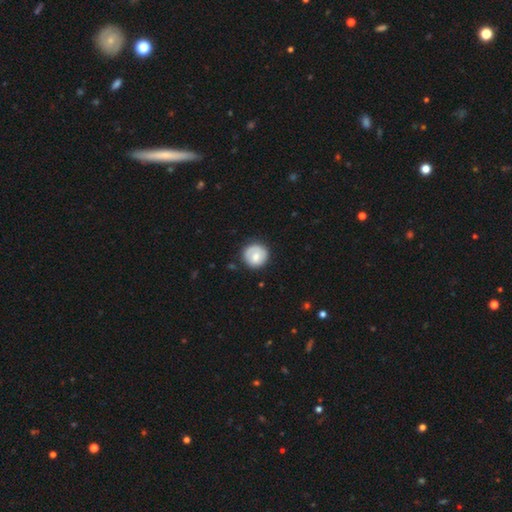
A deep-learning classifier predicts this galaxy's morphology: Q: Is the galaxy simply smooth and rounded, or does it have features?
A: smooth — 66%.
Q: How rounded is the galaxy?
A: round — 92%.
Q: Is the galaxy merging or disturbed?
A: none — 80%.